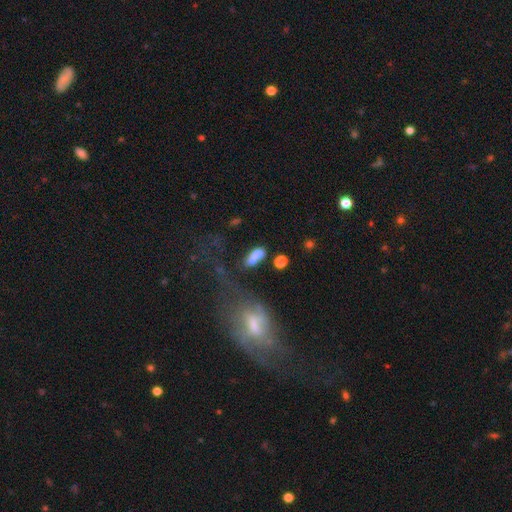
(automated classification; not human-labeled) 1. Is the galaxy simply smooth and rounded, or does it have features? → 70% smooth, 17% featured or disk, 13% star or artifact.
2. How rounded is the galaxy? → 76% in between, 13% cigar-shaped, 11% round.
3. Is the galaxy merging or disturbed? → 37% merger, 33% none, 16% minor disturbance, 14% major disturbance.